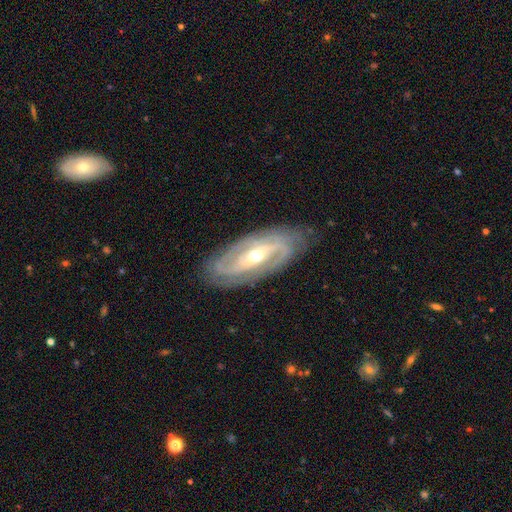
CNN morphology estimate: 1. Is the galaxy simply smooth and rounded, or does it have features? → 88% featured or disk, 7% smooth, 5% star or artifact.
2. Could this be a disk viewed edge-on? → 92% no, 8% yes.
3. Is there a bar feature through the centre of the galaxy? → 35% strong, 33% weak, 32% no.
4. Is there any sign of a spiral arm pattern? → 95% yes, 5% no.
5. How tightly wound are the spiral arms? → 56% tight, 34% medium, 9% loose.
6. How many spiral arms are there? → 57% 2, 16% 3, 16% can't tell, 5% 4, 3% 1, 3% more than 4.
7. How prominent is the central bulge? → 49% moderate, 48% small, 2% large, 1% dominant, 1% none.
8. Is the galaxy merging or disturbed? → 81% none, 13% minor disturbance, 4% major disturbance, 1% merger.